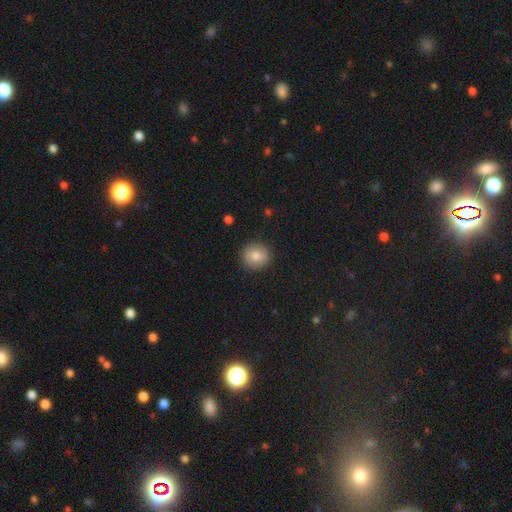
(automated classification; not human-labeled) This appears to be a smooth galaxy with no disk features (80%) that is round (91%). Merging: none (90%).